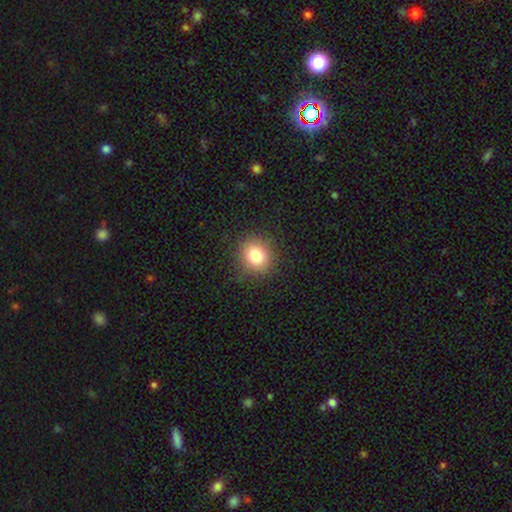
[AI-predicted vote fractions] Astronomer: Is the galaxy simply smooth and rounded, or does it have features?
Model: smooth — 81%.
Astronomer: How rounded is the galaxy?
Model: round — 77%.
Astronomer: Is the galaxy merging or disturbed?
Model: none — 87%.